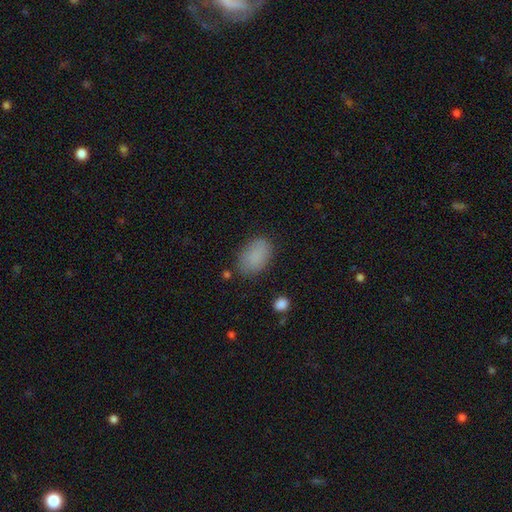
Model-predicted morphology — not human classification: Smooth or featured? Predicted: smooth (p=0.85). How rounded? Predicted: in between (p=0.89). Merging? Predicted: none (p=0.77).